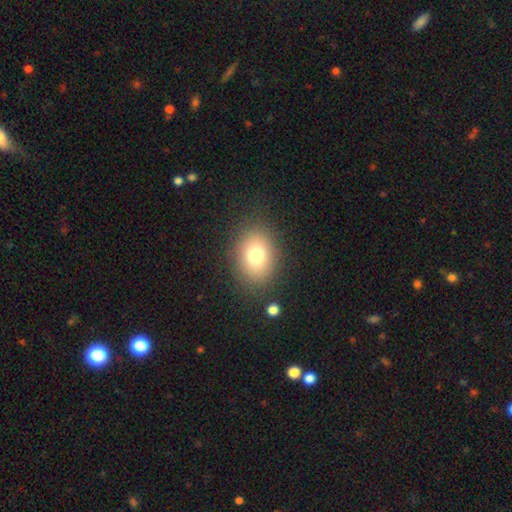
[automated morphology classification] This is likely a smooth galaxy (76%). How rounded: likely in between (60%). Merging: clearly none (84%).